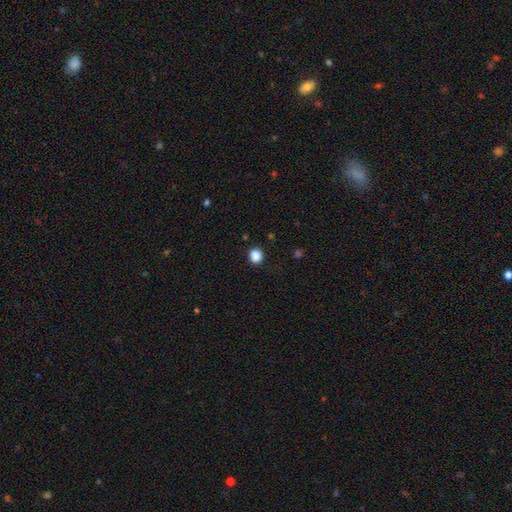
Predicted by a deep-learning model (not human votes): This appears to be a smooth galaxy with no disk features (87%) that is round (73%). Merging: none (87%).